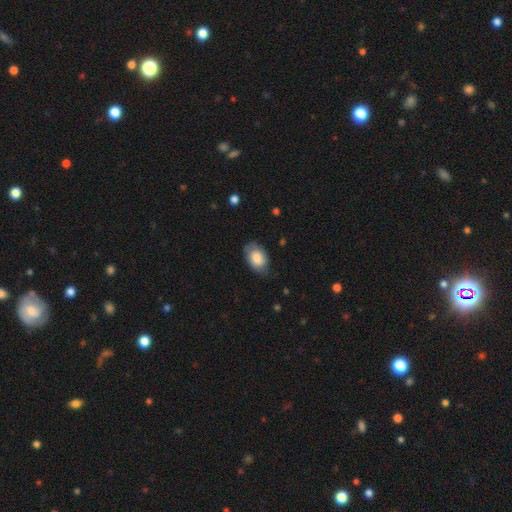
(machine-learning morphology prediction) This is likely a smooth galaxy (77%). How rounded: clearly in between (88%). Merging: likely none (70%).